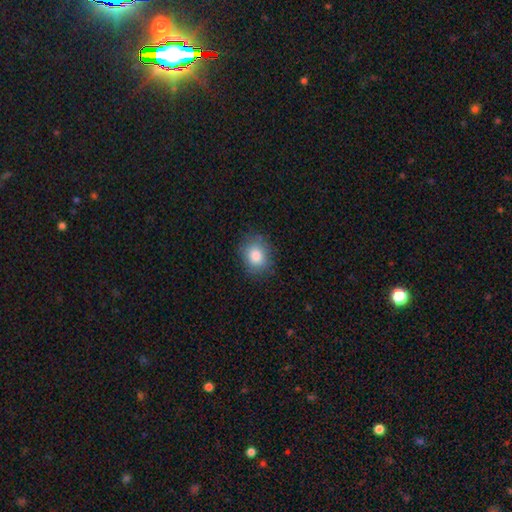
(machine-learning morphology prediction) The model was most divided on "how rounded": round: 57%, in between: 42%, cigar-shaped: 1%. More confident: smooth or featured — smooth (83%); merging — none (82%).